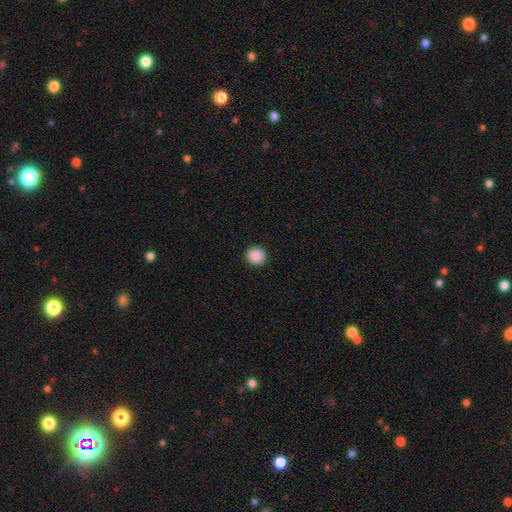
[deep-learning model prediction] Overall: smooth (89%). How rounded: round (89%). Merging: none (92%).